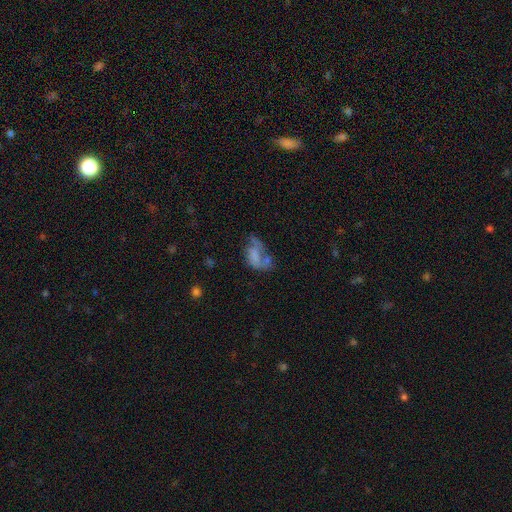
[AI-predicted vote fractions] A smooth galaxy with no disk features (46%).

Vote fractions:
- Smooth or featured? smooth: 46% / featured or disk: 42% / star or artifact: 12%
- Merging? major disturbance: 32% / none: 25% / merger: 22% / minor disturbance: 21%